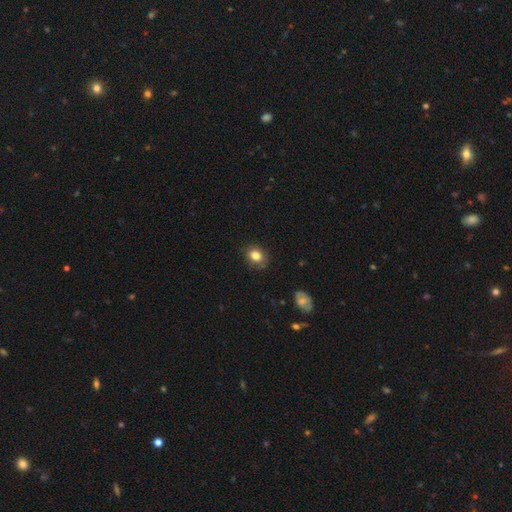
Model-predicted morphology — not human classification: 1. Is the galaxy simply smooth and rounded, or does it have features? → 82% smooth, 10% star or artifact, 8% featured or disk.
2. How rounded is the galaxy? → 57% round, 43% in between, 1% cigar-shaped.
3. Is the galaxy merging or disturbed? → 81% none, 15% minor disturbance, 3% major disturbance, 1% merger.